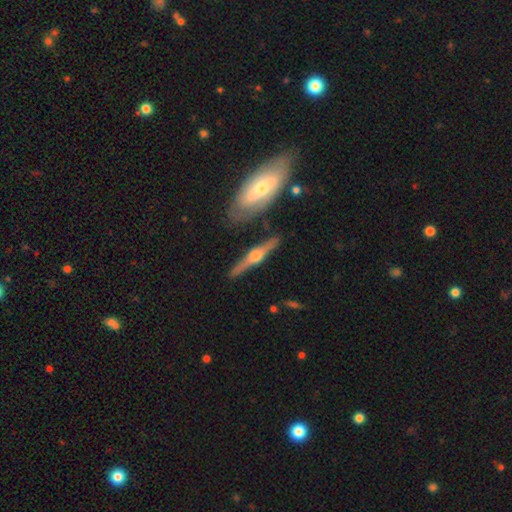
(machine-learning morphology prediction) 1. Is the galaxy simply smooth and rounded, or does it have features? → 78% featured or disk, 17% smooth, 5% star or artifact.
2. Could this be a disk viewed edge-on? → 97% yes, 3% no.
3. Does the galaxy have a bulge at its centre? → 93% rounded, 5% boxy, 2% none.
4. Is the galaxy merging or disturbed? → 85% none, 9% minor disturbance, 3% merger, 2% major disturbance.